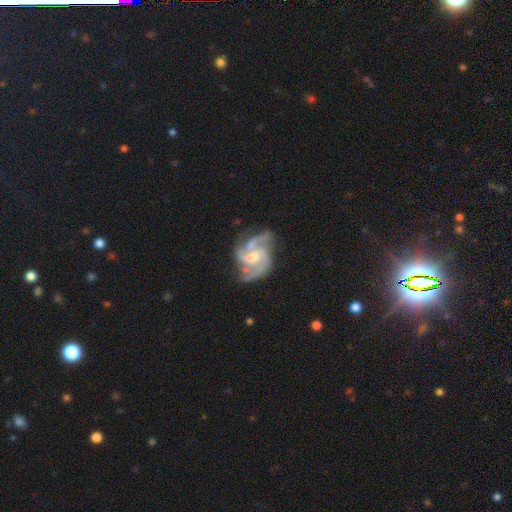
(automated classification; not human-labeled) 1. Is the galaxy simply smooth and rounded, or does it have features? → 90% featured or disk, 5% smooth, 5% star or artifact.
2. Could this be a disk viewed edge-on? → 98% no, 2% yes.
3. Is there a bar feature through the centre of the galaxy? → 51% weak, 32% no, 17% strong.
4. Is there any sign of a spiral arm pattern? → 97% yes, 3% no.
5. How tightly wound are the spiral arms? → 56% medium, 26% tight, 18% loose.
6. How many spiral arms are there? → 46% 3, 30% 2, 8% can't tell, 8% 4, 4% 1, 4% more than 4.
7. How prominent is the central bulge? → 42% small (tied), 42% moderate (tied), 11% none, 4% large, 1% dominant.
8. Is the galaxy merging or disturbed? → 57% none, 22% minor disturbance, 16% major disturbance, 6% merger.